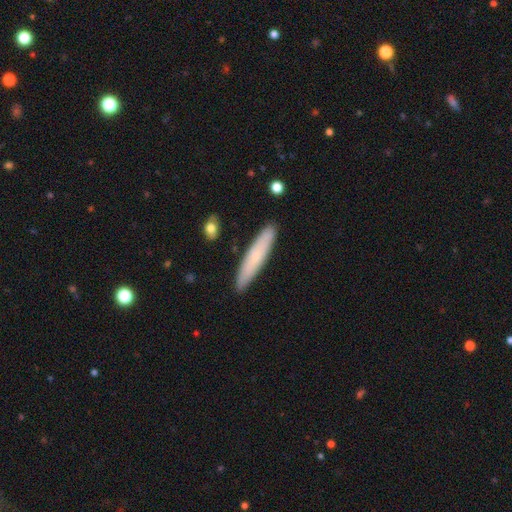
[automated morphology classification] This is likely a smooth galaxy (67%). How rounded: clearly cigar-shaped (89%). Merging: clearly none (88%).